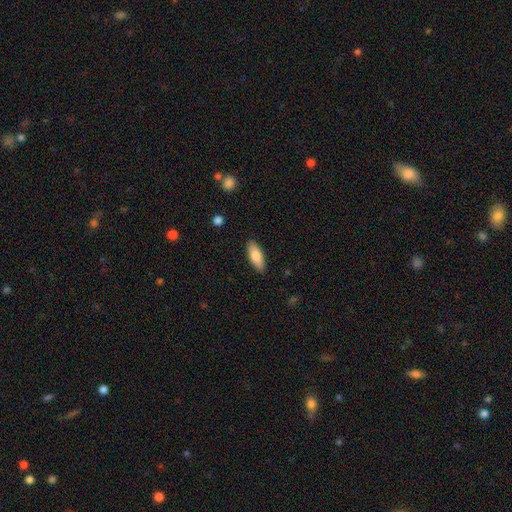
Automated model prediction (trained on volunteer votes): Overall: smooth (82%). How rounded: in between (72%). Merging: none (88%).